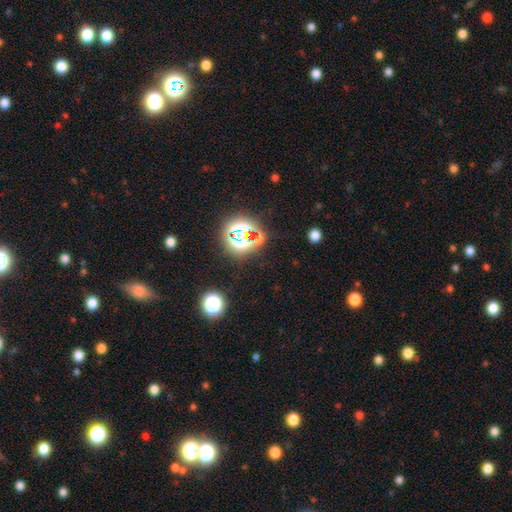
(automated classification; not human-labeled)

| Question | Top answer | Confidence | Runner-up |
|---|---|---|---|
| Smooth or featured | star or artifact | 77% | smooth (16%) |